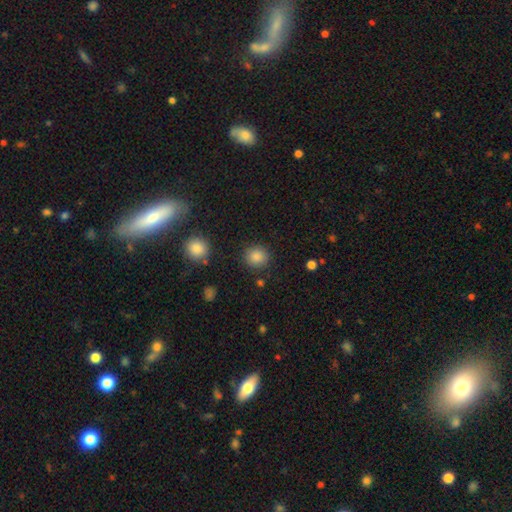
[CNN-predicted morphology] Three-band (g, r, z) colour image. It shows a smooth galaxy with no disk features (84%) that is round (89%). Merging: none (88%).